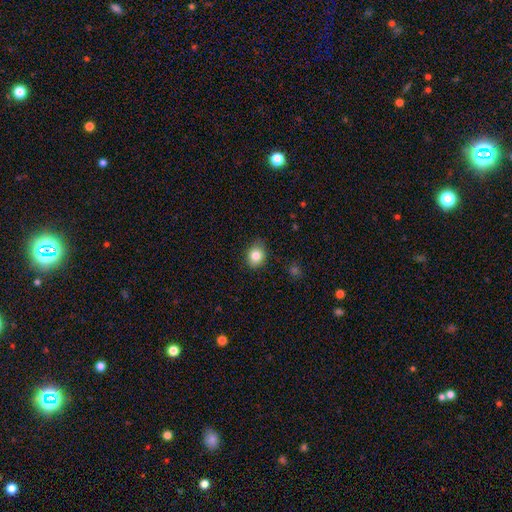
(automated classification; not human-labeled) smooth_or_featured: smooth (p=0.83) [alt: star or artifact p=0.10]
how_rounded: round (p=0.60) [alt: in between p=0.39]
merging: none (p=0.80) [alt: minor disturbance p=0.16]